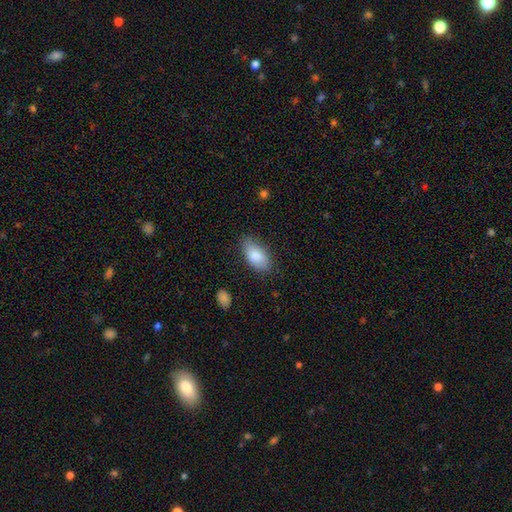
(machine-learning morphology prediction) Q: Smooth or featured?
A: smooth (85%); runner-up: featured or disk (9%)
Q: How rounded?
A: in between (92%); runner-up: cigar-shaped (4%)
Q: Merging?
A: none (79%); runner-up: minor disturbance (16%)